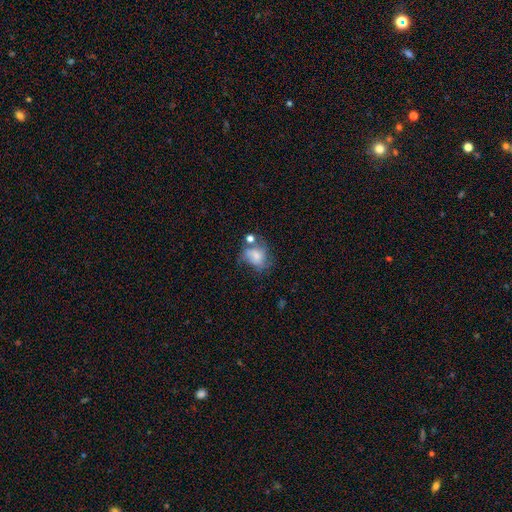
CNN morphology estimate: The model was most divided on "merging": none: 32%, minor disturbance: 24%, major disturbance: 23%, merger: 22%. More confident: smooth or featured — smooth (57%); how rounded — in between (55%).